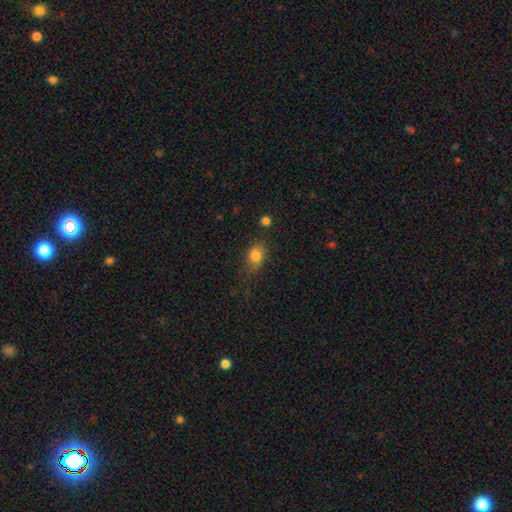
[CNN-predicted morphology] This appears to be a smooth galaxy with no disk features (80%) that is in between round and cigar-shaped (70%). Merging: none (69%).